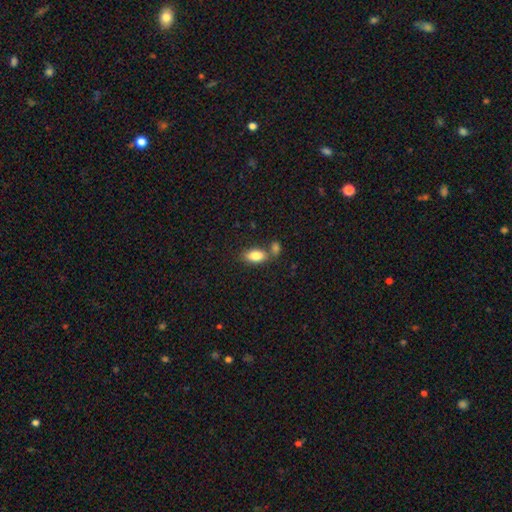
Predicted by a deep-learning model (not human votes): Smooth or featured: smooth — 84% (featured or disk — 8%)
How rounded: in between — 89% (round — 6%)
Merging: none — 58% (merger — 27%)